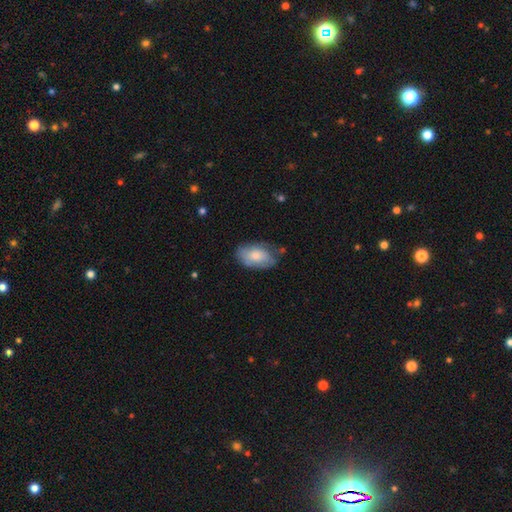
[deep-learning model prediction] Smooth or featured: smooth — 74% (featured or disk — 20%)
How rounded: in between — 92% (round — 6%)
Merging: none — 63% (minor disturbance — 27%)